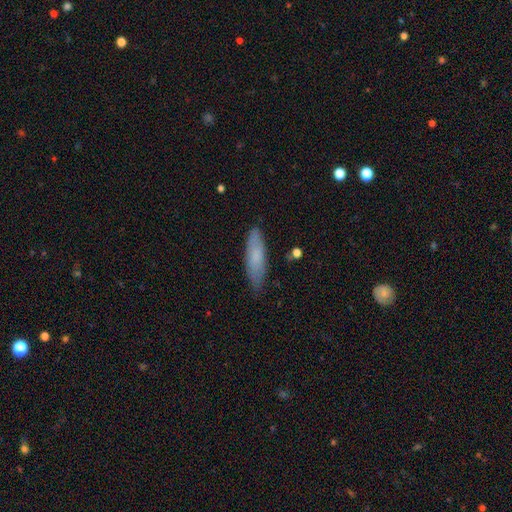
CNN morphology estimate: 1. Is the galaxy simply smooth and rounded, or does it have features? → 73% smooth, 21% featured or disk, 7% star or artifact.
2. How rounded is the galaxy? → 64% cigar-shaped, 34% in between, 2% round.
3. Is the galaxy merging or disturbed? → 82% none, 15% minor disturbance, 3% major disturbance, 1% merger.